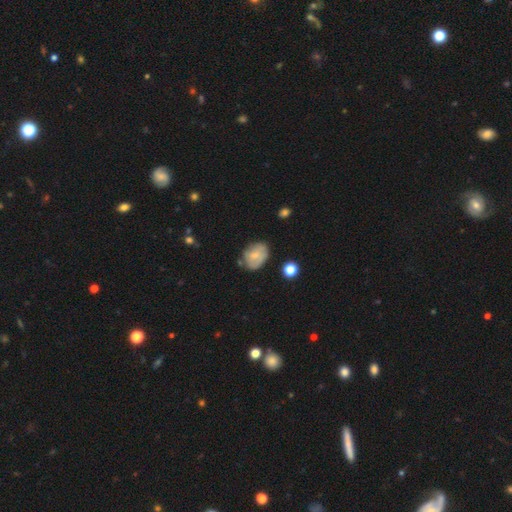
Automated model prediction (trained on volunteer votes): This appears to be a smooth galaxy with no disk features (55%) that is in between round and cigar-shaped (71%). Merging: none (58%).